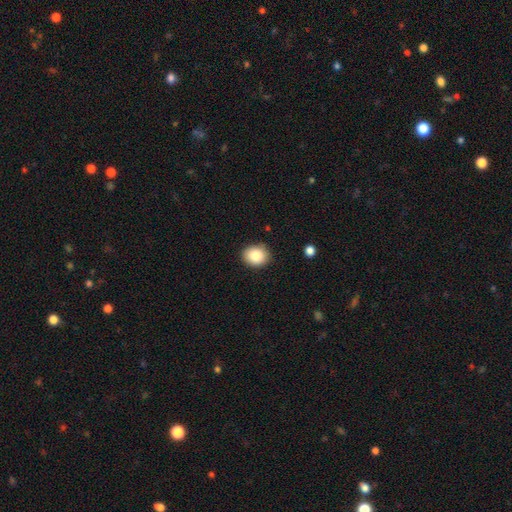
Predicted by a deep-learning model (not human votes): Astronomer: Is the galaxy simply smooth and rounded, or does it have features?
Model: smooth — 86%.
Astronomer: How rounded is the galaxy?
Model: round — 60% (runner-up: in between, 39%).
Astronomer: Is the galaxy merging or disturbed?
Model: none — 86%.